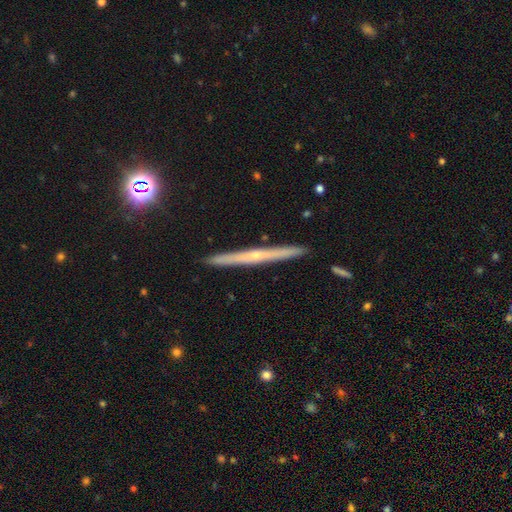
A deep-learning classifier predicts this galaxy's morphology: A featured or disk galaxy (70%) viewed edge-on (98%) with a rounded central bulge (54%).

Vote fractions:
- Smooth or featured? featured or disk: 70% / smooth: 22% / star or artifact: 8%
- Edge-on disk? yes: 98% / no: 2%
- Edge-on bulge? rounded: 54% / none: 43% / boxy: 3%
- Merging? none: 92% / minor disturbance: 6% / merger: 1% / major disturbance: 1%